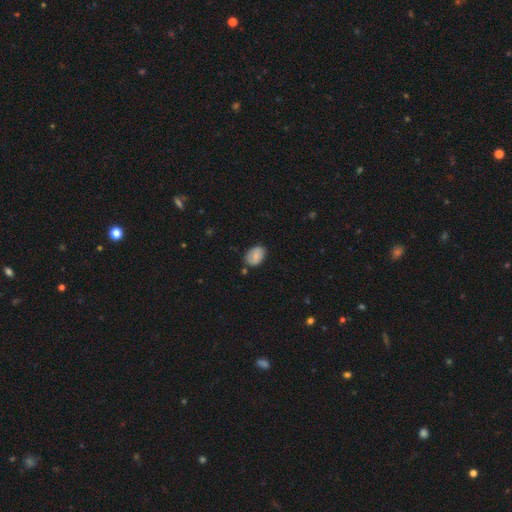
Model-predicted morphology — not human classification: smooth-or-featured: smooth: 72% | featured or disk: 20% | star or artifact: 7%
  how-rounded: in between: 82% | round: 17% | cigar-shaped: 1%
  merging: none: 73% | minor disturbance: 20% | major disturbance: 4% | merger: 3%